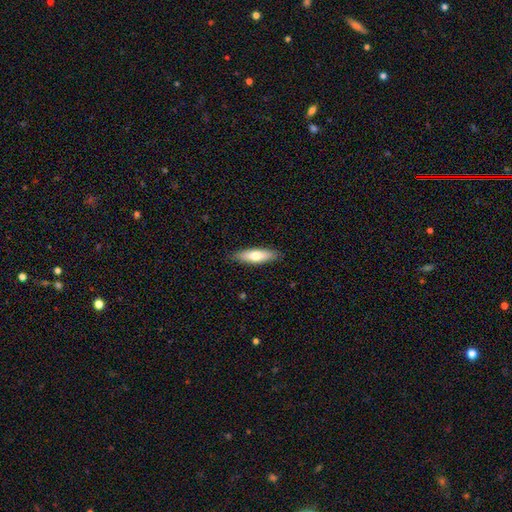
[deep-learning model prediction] A smooth galaxy with no disk features (69%) that is cigar-shaped (55%).

Vote fractions:
- Smooth or featured? smooth: 69% / featured or disk: 25% / star or artifact: 6%
- How rounded? cigar-shaped: 55% / in between: 43% / round: 2%
- Merging? none: 88% / minor disturbance: 9% / major disturbance: 2% / merger: 1%